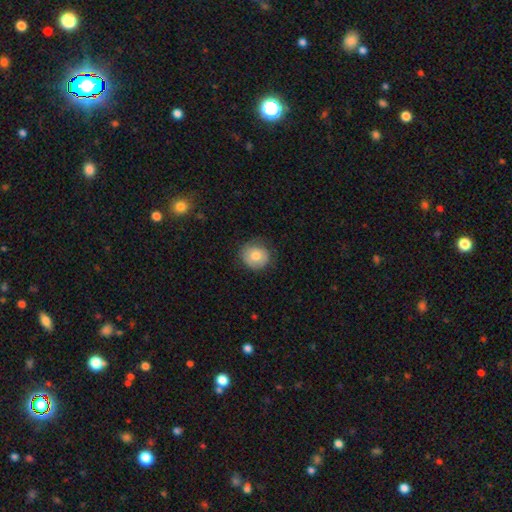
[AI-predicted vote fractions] This is likely a smooth galaxy (76%). How rounded: clearly round (87%). Merging: likely none (75%).